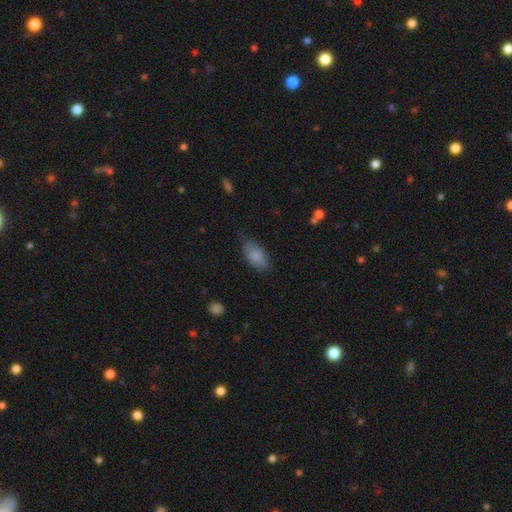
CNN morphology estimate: Overall: smooth (85%). How rounded: in between (93%). Merging: none (68%).